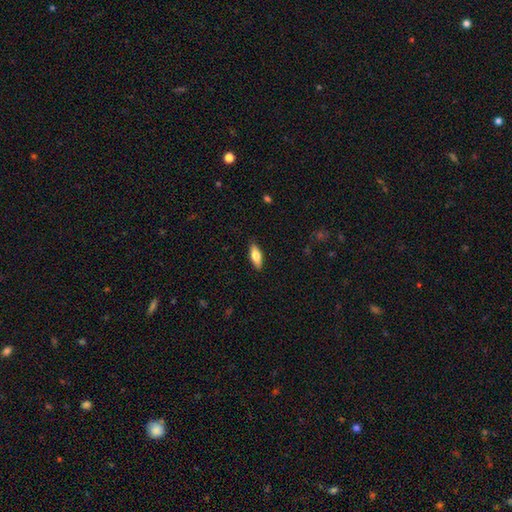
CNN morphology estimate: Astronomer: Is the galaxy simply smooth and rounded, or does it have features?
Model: smooth — 69%.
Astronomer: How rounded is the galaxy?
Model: in between — 68%.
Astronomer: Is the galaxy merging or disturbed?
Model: none — 88%.